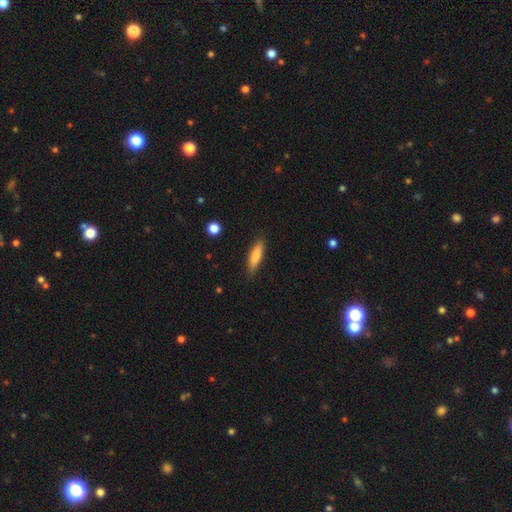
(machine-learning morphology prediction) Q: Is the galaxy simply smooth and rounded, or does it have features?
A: smooth — 79%.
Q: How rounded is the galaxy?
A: cigar-shaped — 68%.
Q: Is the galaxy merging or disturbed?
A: none — 86%.